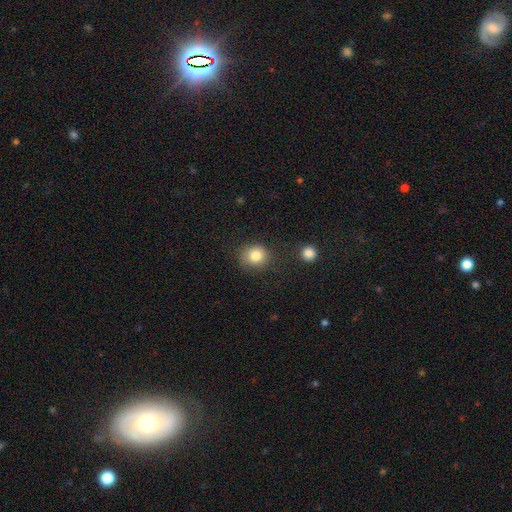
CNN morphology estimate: A smooth galaxy with no disk features (82%) that is round (83%).

Vote fractions:
- Smooth or featured? smooth: 82% / star or artifact: 11% / featured or disk: 7%
- How rounded? round: 83% / in between: 16% / cigar-shaped: 1%
- Merging? none: 79% / minor disturbance: 13% / major disturbance: 4% / merger: 4%